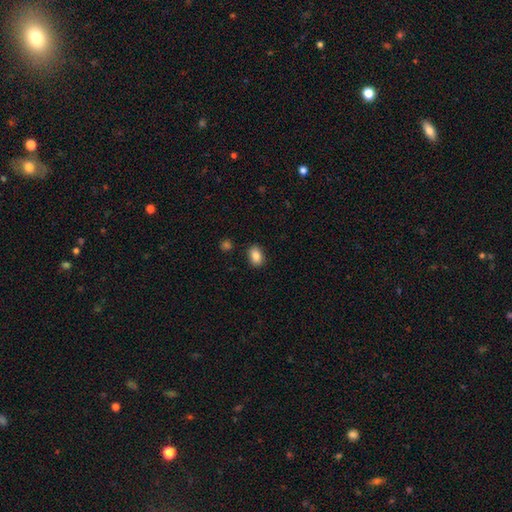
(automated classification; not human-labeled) Smooth or featured: smooth — 87% (star or artifact — 8%)
How rounded: in between — 83% (round — 15%)
Merging: none — 86% (minor disturbance — 10%)